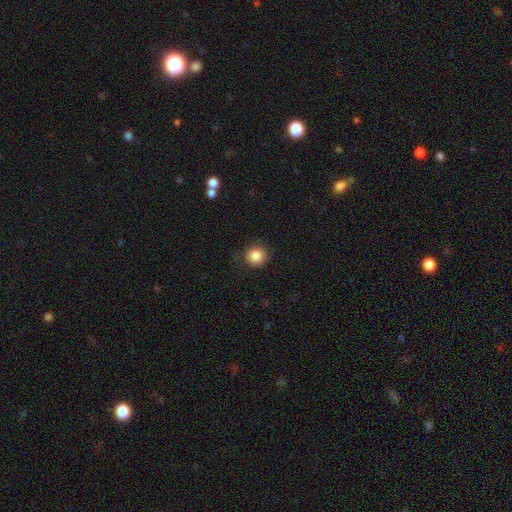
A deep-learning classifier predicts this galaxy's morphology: type=smooth (85%); roundness=round (91%); merging=none (85%).